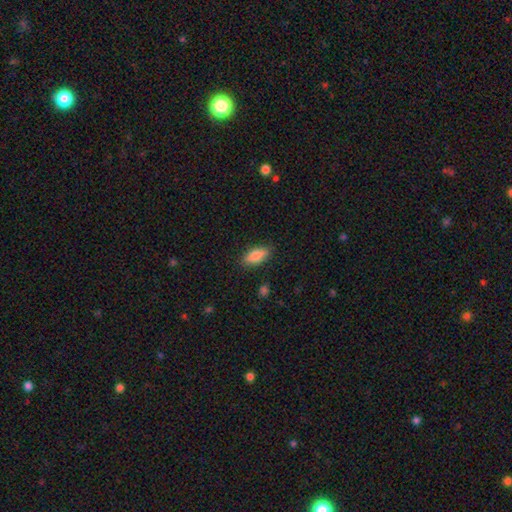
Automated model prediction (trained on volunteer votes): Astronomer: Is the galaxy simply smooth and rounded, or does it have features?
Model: smooth — 82%.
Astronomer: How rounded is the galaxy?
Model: in between — 81%.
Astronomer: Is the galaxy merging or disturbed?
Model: none — 84%.